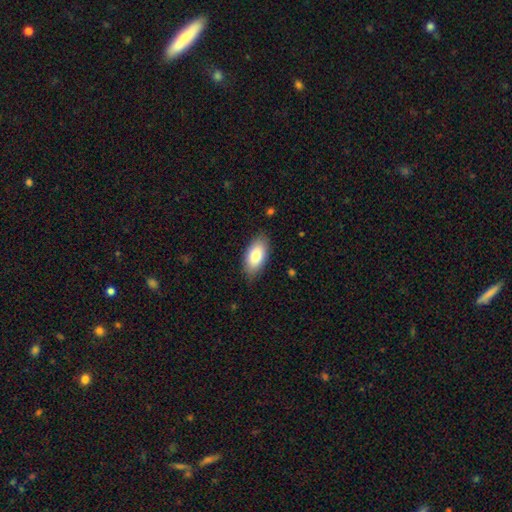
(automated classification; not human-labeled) Smooth or featured? smooth (80%)
How rounded? in between (92%)
Merging? none (83%)